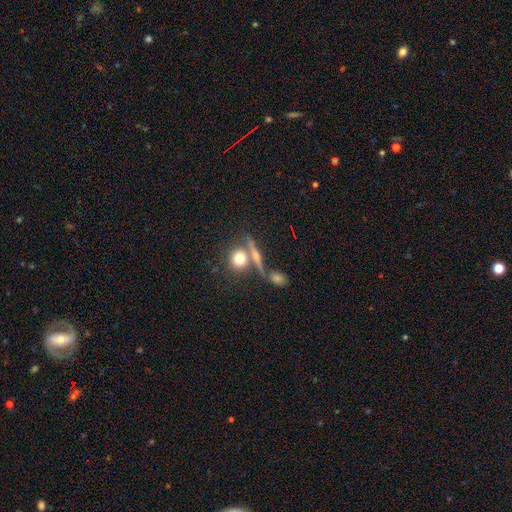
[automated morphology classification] This appears to be a smooth galaxy with no disk features (51%) that is round (70%). Merging: none (57%).